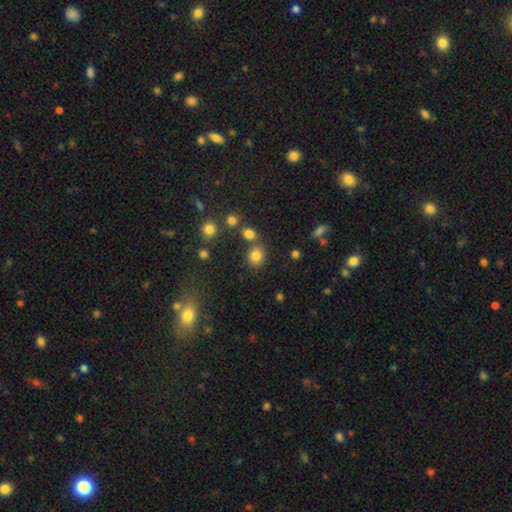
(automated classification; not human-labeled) A smooth galaxy with no disk features (80%) that is round (72%). Merging: none (72%).